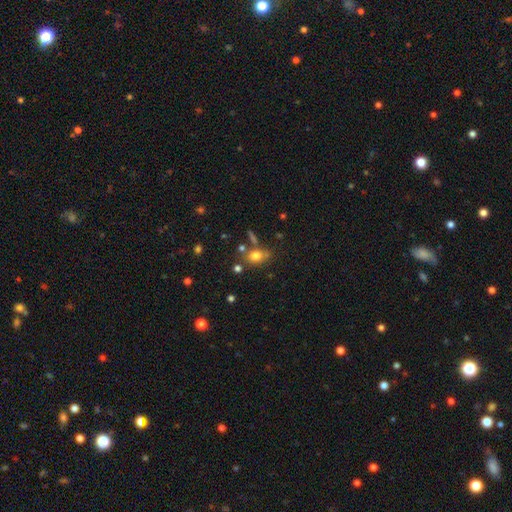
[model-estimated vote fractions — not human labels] Smooth or featured: smooth — 75% (star or artifact — 13%)
How rounded: in between — 60% (round — 38%)
Merging: none — 62% (minor disturbance — 16%)